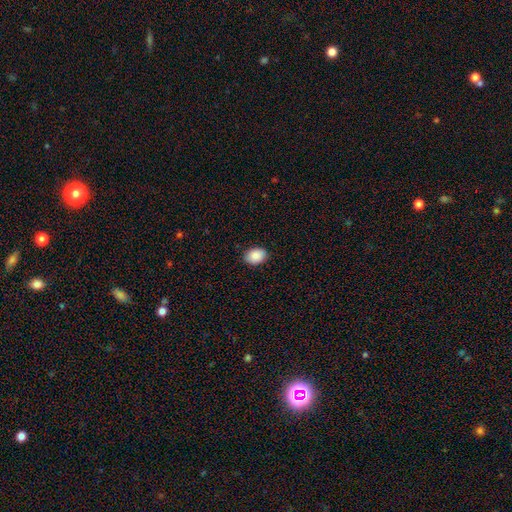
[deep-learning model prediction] This is clearly a smooth galaxy (89%). How rounded: likely in between (77%). Merging: clearly none (88%).